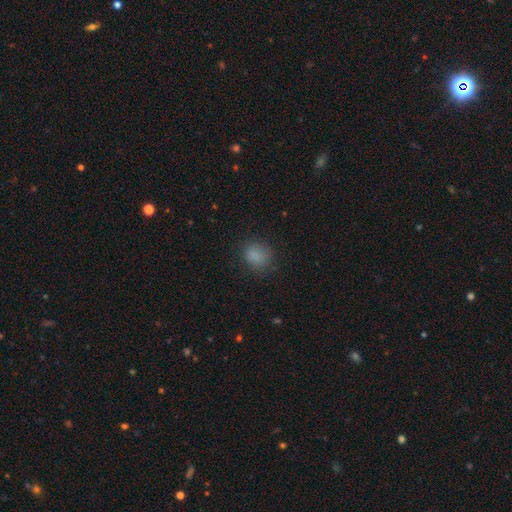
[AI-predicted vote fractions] Overall: smooth (82%). How rounded: round (62%; in between 37%). Merging: none (78%).